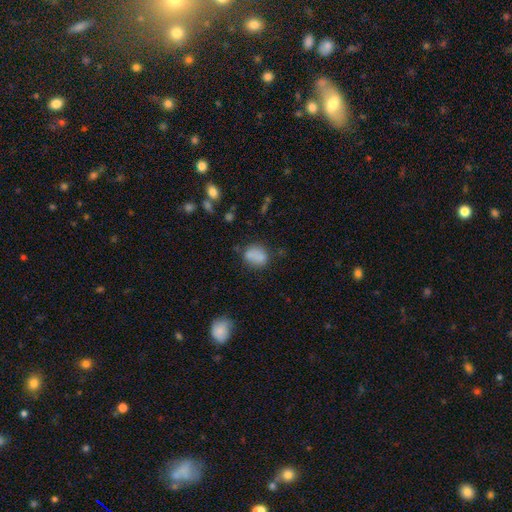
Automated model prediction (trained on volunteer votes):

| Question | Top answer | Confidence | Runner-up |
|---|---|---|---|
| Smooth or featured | smooth | 80% | star or artifact (11%) |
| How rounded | in between | 62% | round (36%) |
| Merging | none | 61% | minor disturbance (22%) |